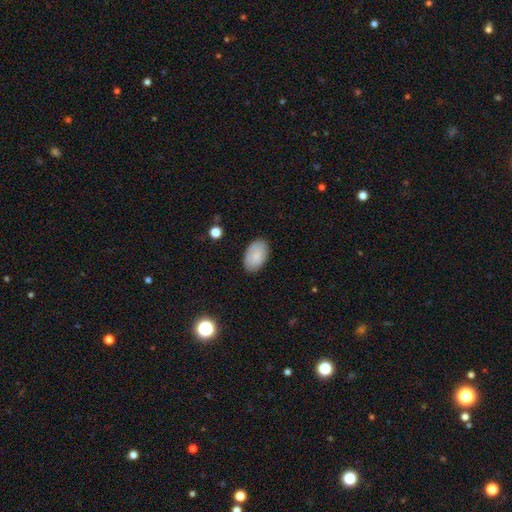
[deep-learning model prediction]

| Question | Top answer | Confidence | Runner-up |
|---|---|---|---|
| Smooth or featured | smooth | 84% | featured or disk (9%) |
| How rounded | in between | 93% | round (6%) |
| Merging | none | 84% | minor disturbance (12%) |